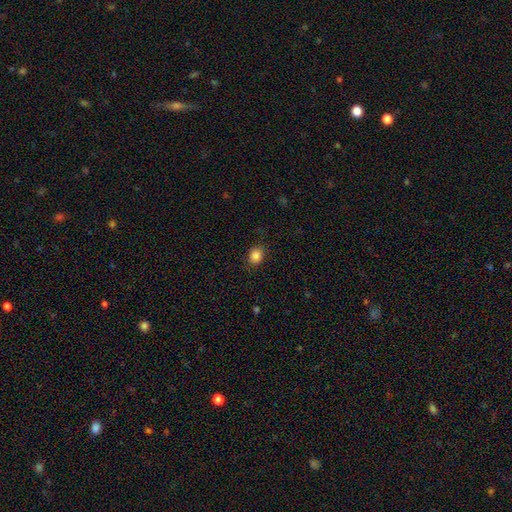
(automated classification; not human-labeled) Smooth or featured?
  - smooth: 86% *
  - star or artifact: 10%
  - featured or disk: 4%
How rounded?
  - round: 51% *
  - in between: 48%
  - cigar-shaped: 1%
Merging?
  - none: 86% *
  - minor disturbance: 10%
  - major disturbance: 3%
  - merger: 1%